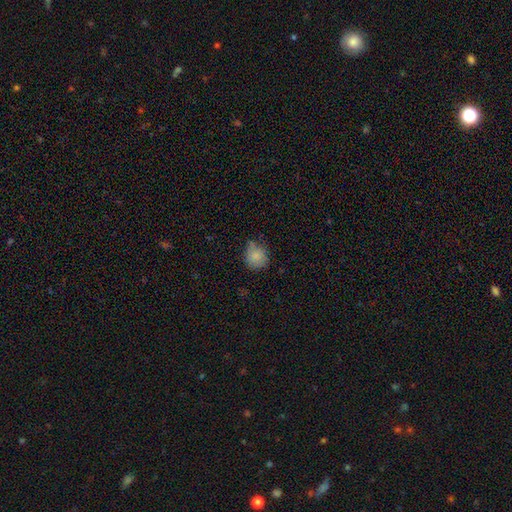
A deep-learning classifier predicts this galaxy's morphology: This is clearly a smooth galaxy (83%). How rounded: likely round (76%). Merging: likely none (60%).